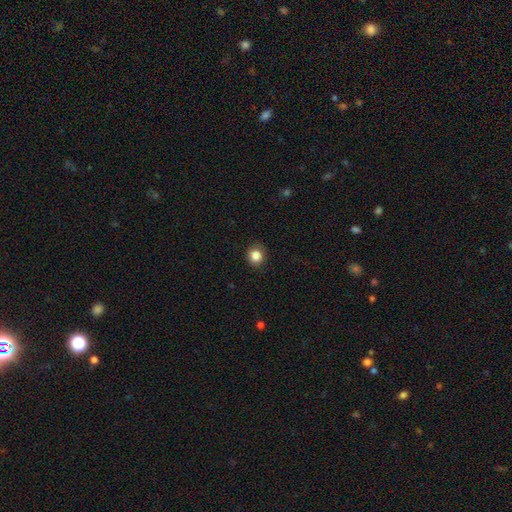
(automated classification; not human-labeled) The model was most divided on "how rounded": round: 84%, in between: 15%, cigar-shaped: 1%. More confident: merging — none (87%); smooth or featured — smooth (84%).